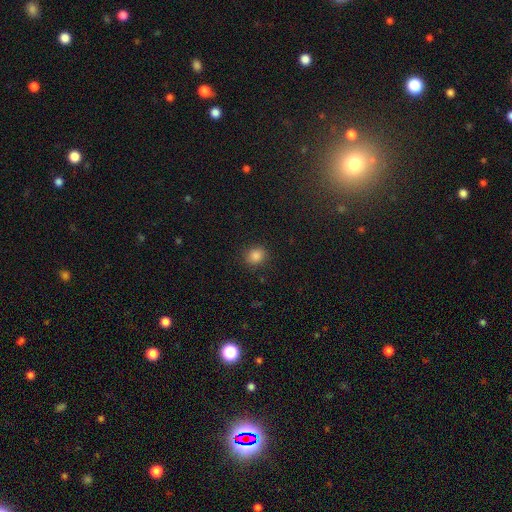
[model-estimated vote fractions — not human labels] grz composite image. It shows a smooth galaxy with no disk features (84%) that is round (74%). Merging: none (88%).